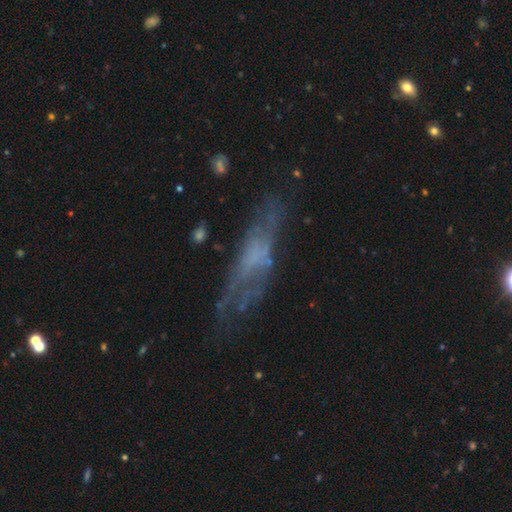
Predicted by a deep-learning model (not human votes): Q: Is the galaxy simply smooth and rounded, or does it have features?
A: featured or disk — 57%.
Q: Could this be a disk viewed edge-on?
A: no — 67%.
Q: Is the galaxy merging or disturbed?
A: none — 53%.